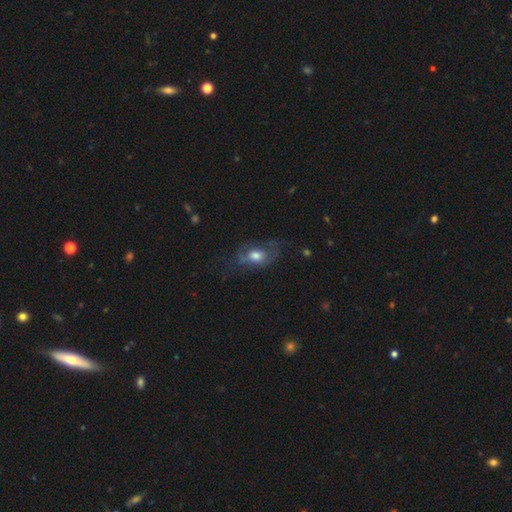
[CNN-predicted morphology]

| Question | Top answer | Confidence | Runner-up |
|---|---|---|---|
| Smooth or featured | smooth | 51% | featured or disk (41%) |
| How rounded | in between | 79% | round (18%) |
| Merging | none | 45% | major disturbance (27%) |